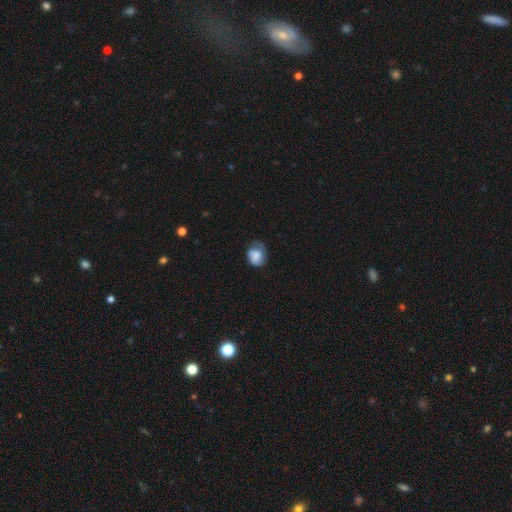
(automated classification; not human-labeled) A smooth galaxy with no disk features (62%) that is round (52%).

Vote fractions:
- Smooth or featured? smooth: 62% / featured or disk: 30% / star or artifact: 8%
- How rounded? round: 52% / in between: 47% / cigar-shaped: 1%
- Merging? none: 44% / minor disturbance: 35% / major disturbance: 19% / merger: 2%